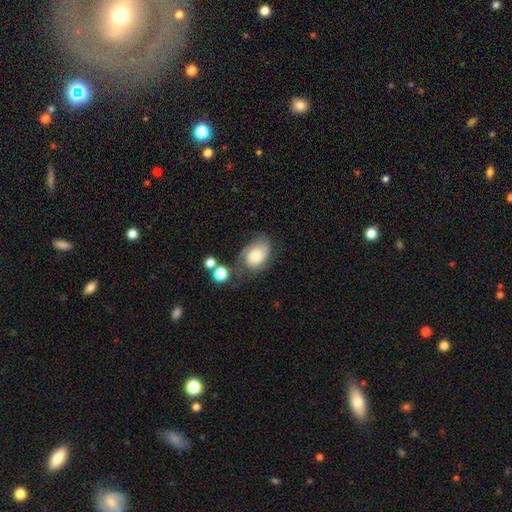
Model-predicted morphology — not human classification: Smooth or featured? Predicted: smooth (p=0.51). How rounded? Predicted: in between (p=0.74). Merging? Predicted: none (p=0.46).